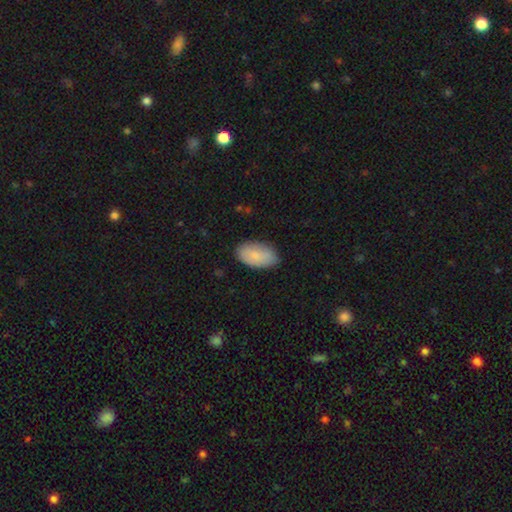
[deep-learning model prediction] smooth 82%, featured or disk 12%, star or artifact 6%. Down the decision tree: how rounded — in between (94%); merging — none (79%).